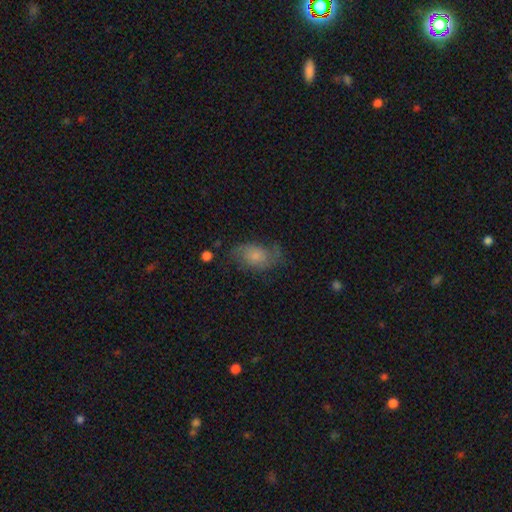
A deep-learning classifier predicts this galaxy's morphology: The model was most divided on "smooth or featured": smooth: 51%, featured or disk: 39%, star or artifact: 9%. More confident: how rounded — in between (84%); merging — none (57%).